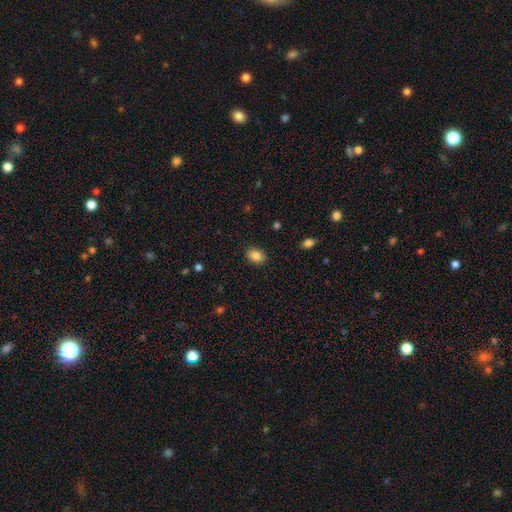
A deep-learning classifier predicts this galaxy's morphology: The model was most divided on "how rounded": in between: 75%, round: 24%, cigar-shaped: 1%. More confident: merging — none (88%); smooth or featured — smooth (85%).